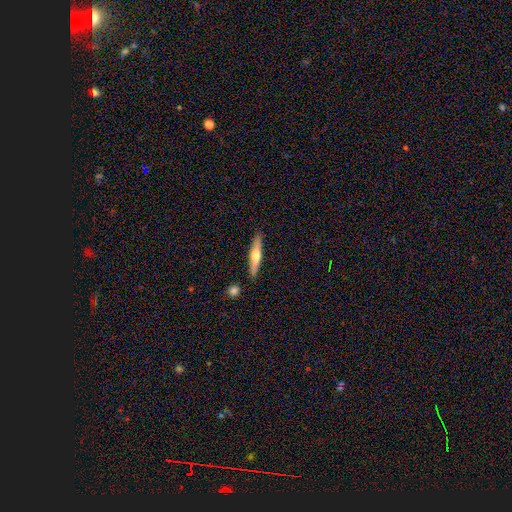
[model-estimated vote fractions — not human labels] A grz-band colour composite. It shows a smooth galaxy with no disk features (53%) that is cigar-shaped (88%). Merging: none (87%).